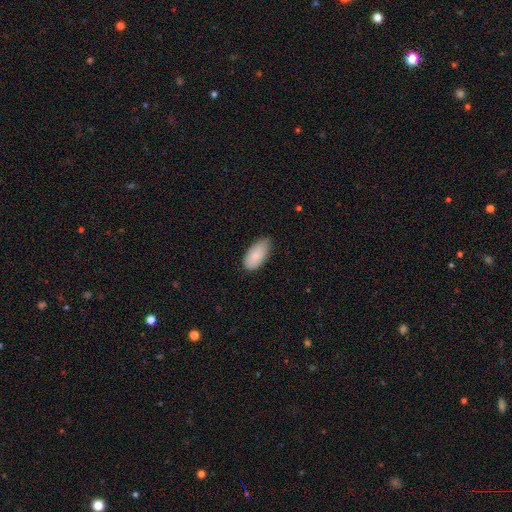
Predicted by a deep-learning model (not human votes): The model was most divided on "merging": none: 69%, minor disturbance: 27%, major disturbance: 3%, merger: 1%. More confident: how rounded — in between (94%); smooth or featured — smooth (85%).